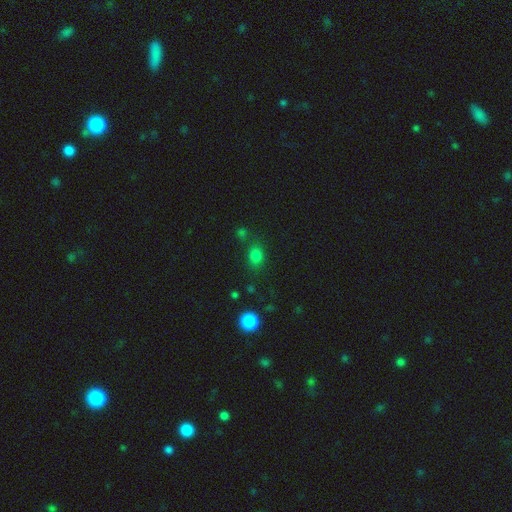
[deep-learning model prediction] Smooth or featured: smooth — 78% (star or artifact — 17%)
How rounded: in between — 52% (round — 47%)
Merging: none — 72% (minor disturbance — 14%)